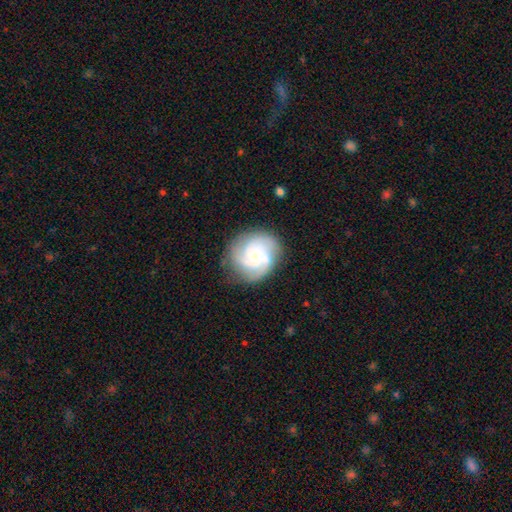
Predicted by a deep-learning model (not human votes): Smooth or featured? Predicted: featured or disk (p=0.74). Edge-on disk? Predicted: no (p=0.98). Bar? Predicted: no (p=0.69). Spiral arms? Predicted: yes (p=0.93). Spiral winding? Predicted: tight (p=0.47). Spiral arm count? Predicted: 3 (p=0.47). Bulge size? Predicted: small (p=0.57). Merging? Predicted: none (p=0.71).